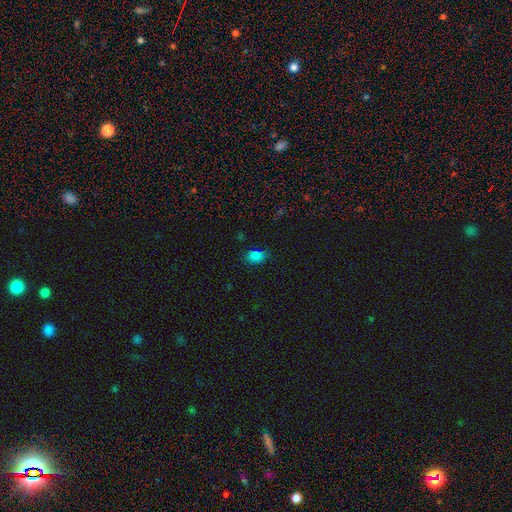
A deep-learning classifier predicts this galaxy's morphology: smooth 81%, star or artifact 15%, featured or disk 4%. Down the decision tree: how rounded — in between (81%); merging — none (73%).